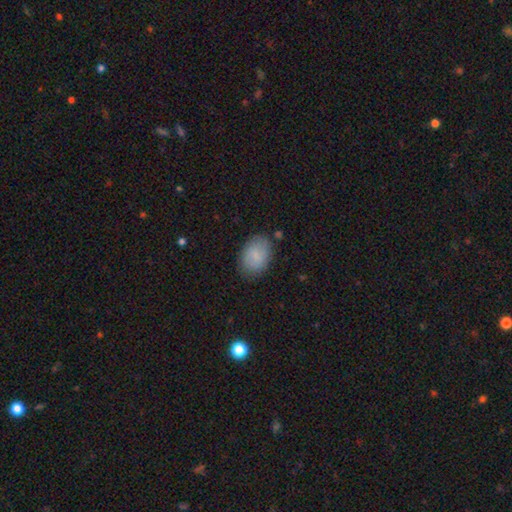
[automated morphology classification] This is clearly a smooth galaxy (84%). How rounded: clearly in between (83%). Merging: likely none (80%).